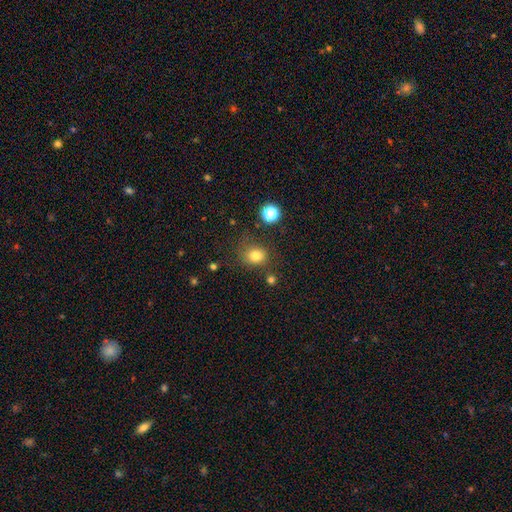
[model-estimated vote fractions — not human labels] A smooth galaxy with no disk features (79%) that is round (66%).

Vote fractions:
- Smooth or featured? smooth: 79% / star or artifact: 15% / featured or disk: 7%
- How rounded? round: 66% / in between: 33% / cigar-shaped: 1%
- Merging? none: 73% / minor disturbance: 16% / major disturbance: 6% / merger: 5%